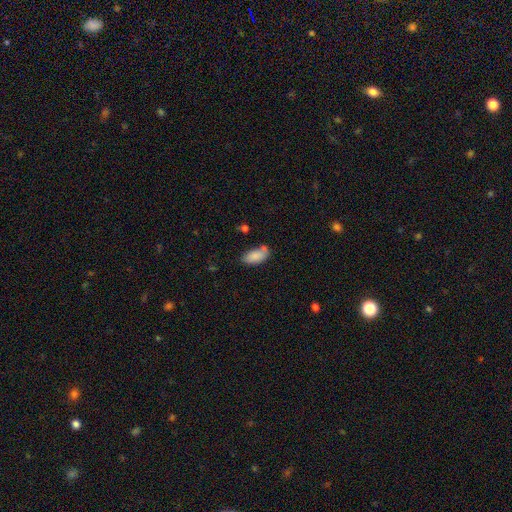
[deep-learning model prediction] smooth 85%, star or artifact 7%, featured or disk 7%. Down the decision tree: how rounded — in between (91%); merging — none (61%).